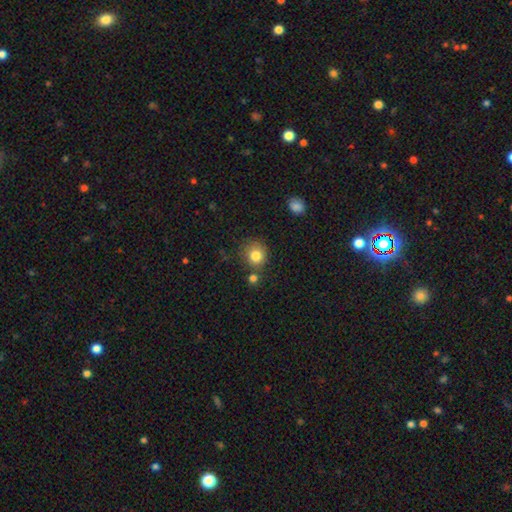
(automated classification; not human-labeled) smooth 81%, star or artifact 10%, featured or disk 8%. Down the decision tree: how rounded — round (84%); merging — none (70%).